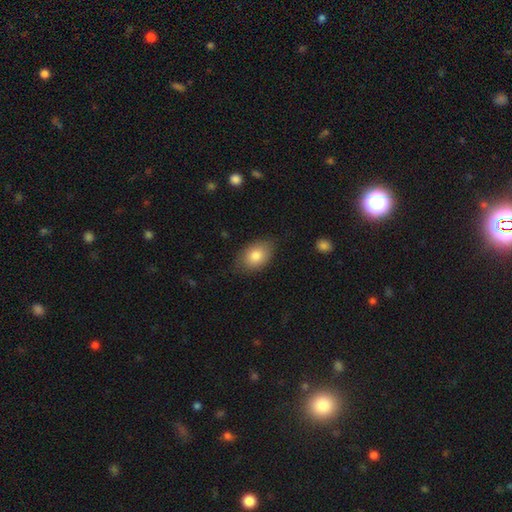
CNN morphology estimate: smooth 82%, featured or disk 12%, star or artifact 7%. Down the decision tree: how rounded — in between (85%); merging — none (77%).